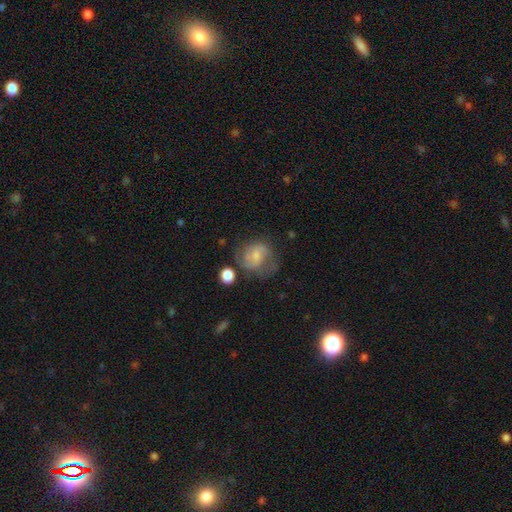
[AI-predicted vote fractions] Morphology: type=featured or disk (55%); edge-on=no (97%); bar=no (51%); spiral arms=yes (81%); bulge=small (48%); merging=none (48%).